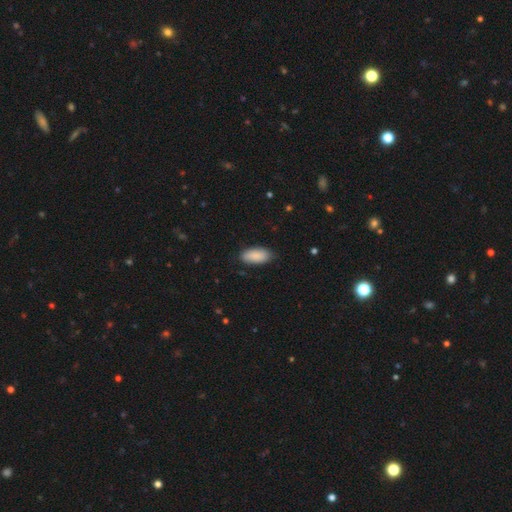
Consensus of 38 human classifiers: Smooth or featured? 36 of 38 (95%) said smooth. How rounded? 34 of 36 (94%) said in between. Merging? 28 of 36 (78%) said none.